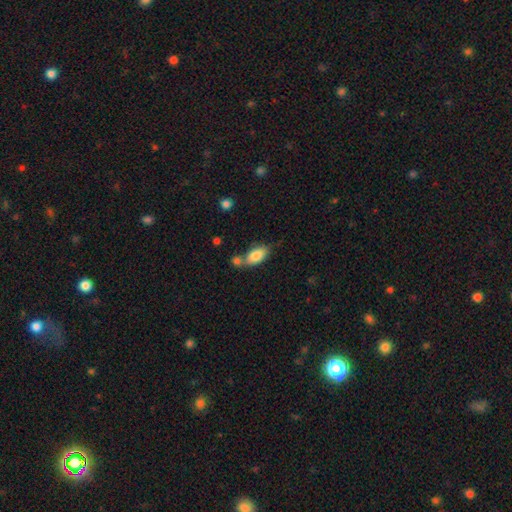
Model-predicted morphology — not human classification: Smooth or featured: smooth — 82% (featured or disk — 11%)
How rounded: in between — 88% (cigar-shaped — 8%)
Merging: none — 45% (merger — 34%)